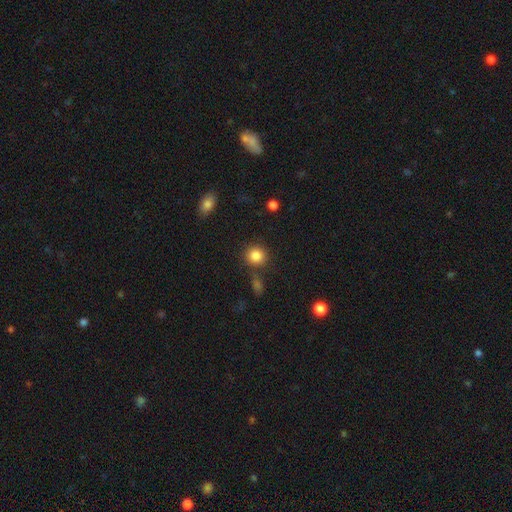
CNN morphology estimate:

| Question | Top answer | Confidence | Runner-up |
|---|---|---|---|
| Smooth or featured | smooth | 85% | star or artifact (10%) |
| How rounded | round | 87% | in between (12%) |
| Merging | none | 81% | minor disturbance (9%) |